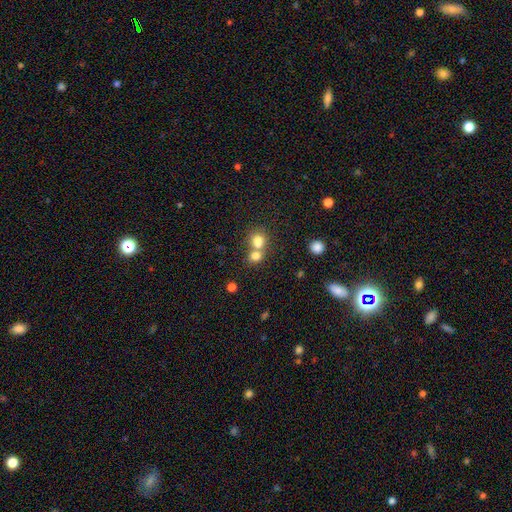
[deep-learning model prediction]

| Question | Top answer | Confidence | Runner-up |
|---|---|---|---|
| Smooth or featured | smooth | 77% | star or artifact (12%) |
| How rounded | round | 70% | in between (29%) |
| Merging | merger | 58% | none (33%) |